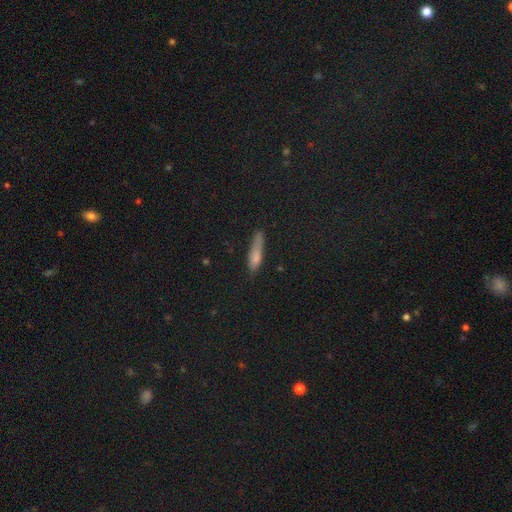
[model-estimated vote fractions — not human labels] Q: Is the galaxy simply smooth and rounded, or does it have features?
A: smooth — 73%.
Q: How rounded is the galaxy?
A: cigar-shaped — 74%.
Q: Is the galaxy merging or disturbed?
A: none — 61%.